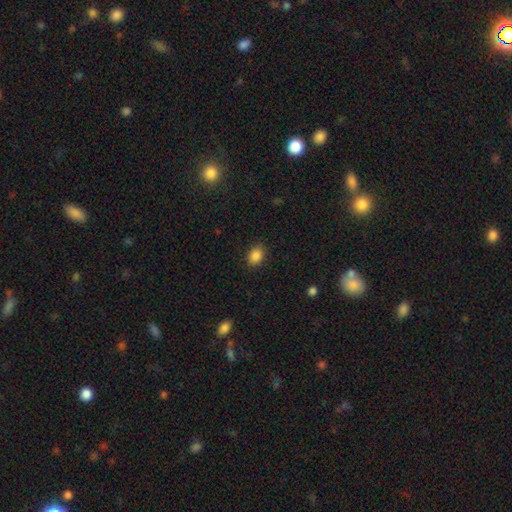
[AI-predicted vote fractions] smooth 87%, star or artifact 10%, featured or disk 4%. Down the decision tree: how rounded — in between (71%); merging — none (87%).